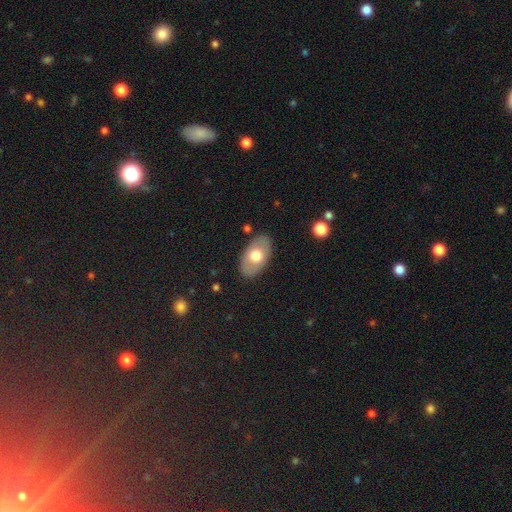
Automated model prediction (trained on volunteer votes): A smooth galaxy with no disk features (62%) that is in between round and cigar-shaped (92%). Merging: none (85%).